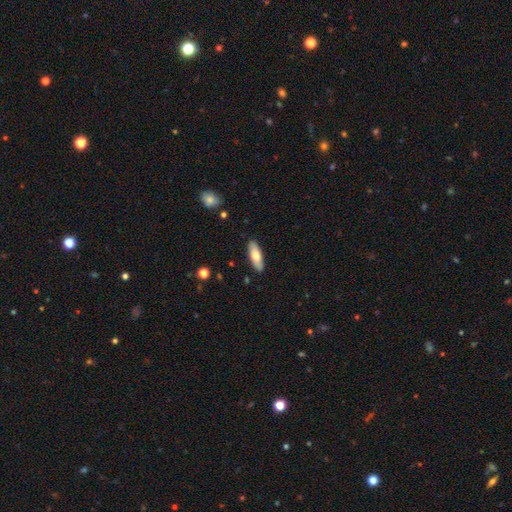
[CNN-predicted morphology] This is likely a smooth galaxy (70%). How rounded: likely in between (64%). Merging: clearly none (88%).